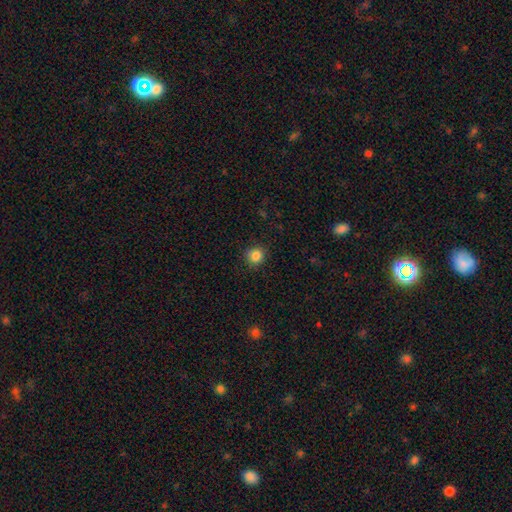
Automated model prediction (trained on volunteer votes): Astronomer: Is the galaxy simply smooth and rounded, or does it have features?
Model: smooth — 85%.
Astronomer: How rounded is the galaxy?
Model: round — 90%.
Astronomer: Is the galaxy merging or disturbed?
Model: none — 89%.